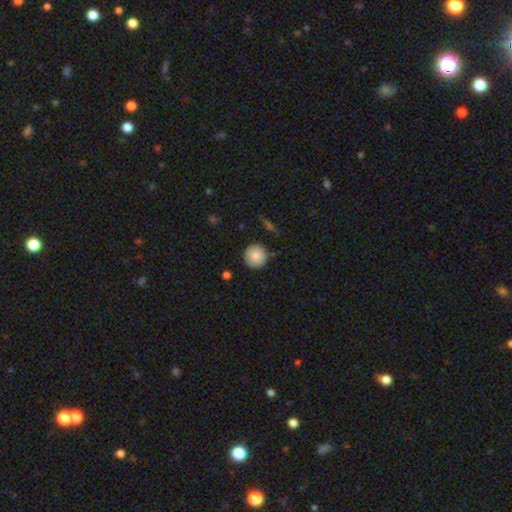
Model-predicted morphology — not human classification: smooth_or_featured: smooth (p=0.85) [alt: featured or disk p=0.08]
how_rounded: round (p=0.96) [alt: in between p=0.03]
merging: none (p=0.88) [alt: minor disturbance p=0.09]